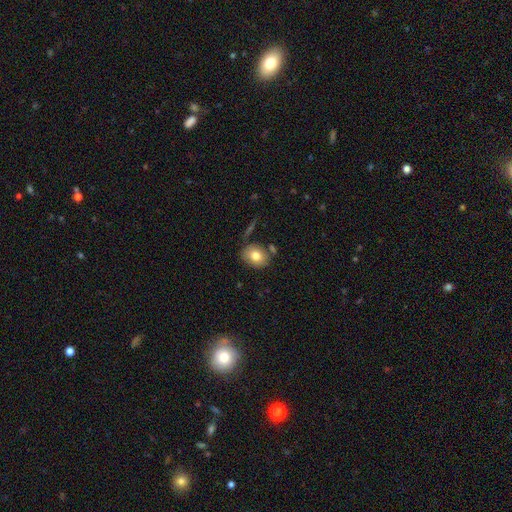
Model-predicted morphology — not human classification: smooth_or_featured: smooth (p=0.77) [alt: featured or disk p=0.14]
how_rounded: round (p=0.51) [alt: in between p=0.48]
merging: none (p=0.76) [alt: minor disturbance p=0.13]